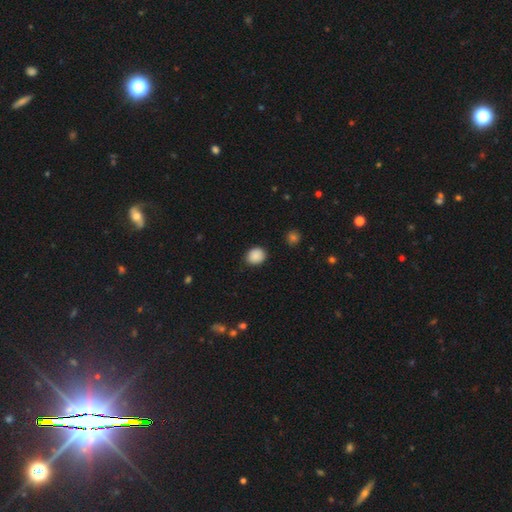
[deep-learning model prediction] Overall: smooth (88%). How rounded: round (67%; in between 32%). Merging: none (86%).